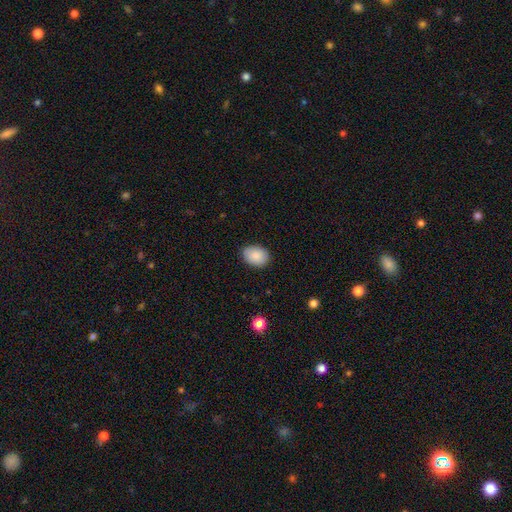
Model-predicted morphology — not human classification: This is clearly a smooth galaxy (89%). How rounded: likely in between (74%). Merging: clearly none (84%).